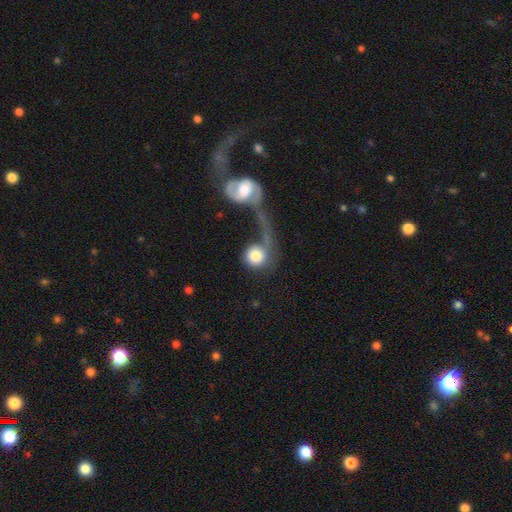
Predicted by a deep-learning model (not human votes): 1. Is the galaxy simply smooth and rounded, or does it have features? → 69% smooth, 24% featured or disk, 7% star or artifact.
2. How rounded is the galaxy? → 88% round, 10% in between, 1% cigar-shaped.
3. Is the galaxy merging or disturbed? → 44% merger, 25% major disturbance, 22% none, 9% minor disturbance.